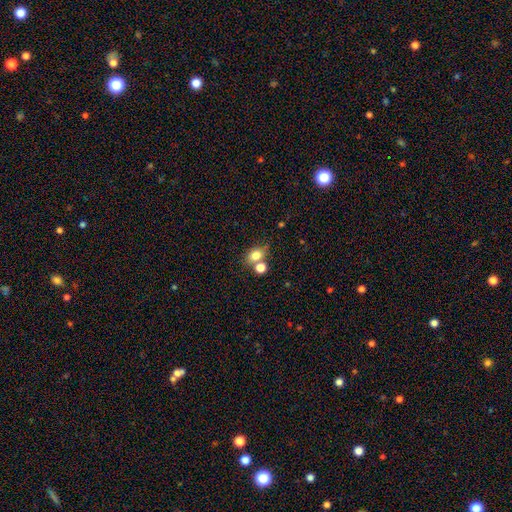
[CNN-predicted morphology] smooth_or_featured: smooth (p=0.79) [alt: star or artifact p=0.12]
how_rounded: in between (p=0.59) [alt: round p=0.39]
merging: none (p=0.51) [alt: merger p=0.32]